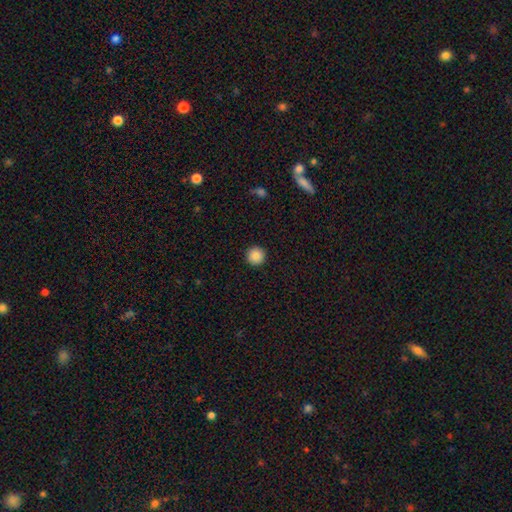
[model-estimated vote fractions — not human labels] Smooth or featured? smooth (88%)
How rounded? round (96%)
Merging? none (93%)